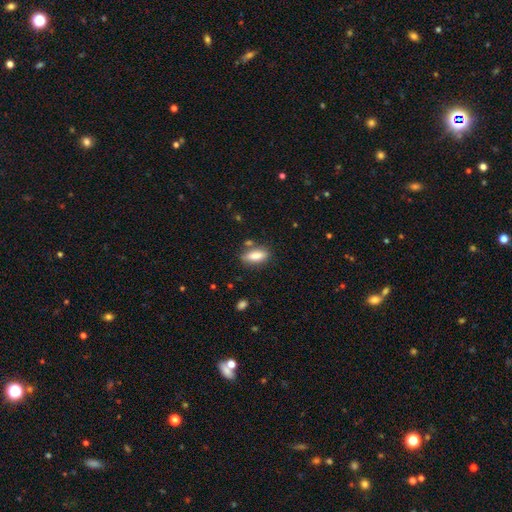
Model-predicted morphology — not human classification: A smooth galaxy with no disk features (83%) that is in between round and cigar-shaped (74%). Merging: none (78%).